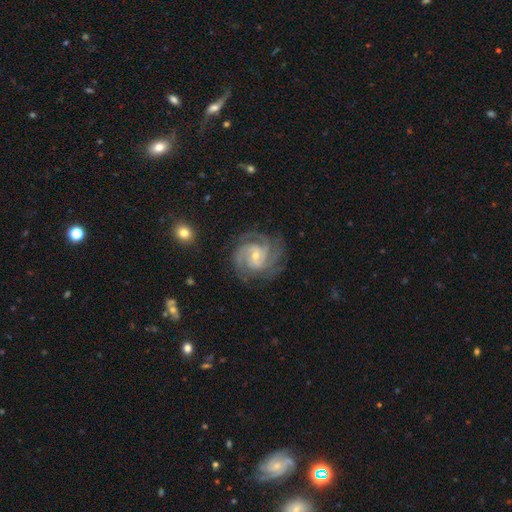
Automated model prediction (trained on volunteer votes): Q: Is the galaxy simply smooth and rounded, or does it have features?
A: featured or disk — 91%.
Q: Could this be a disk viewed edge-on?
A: no — 98%.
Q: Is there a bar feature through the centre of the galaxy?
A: no — 47%.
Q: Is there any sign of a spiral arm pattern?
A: yes — 98%.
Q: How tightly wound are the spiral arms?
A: tight — 61%.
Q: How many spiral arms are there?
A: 3 — 42%.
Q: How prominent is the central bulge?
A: small — 62%.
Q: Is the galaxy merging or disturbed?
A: none — 78%.